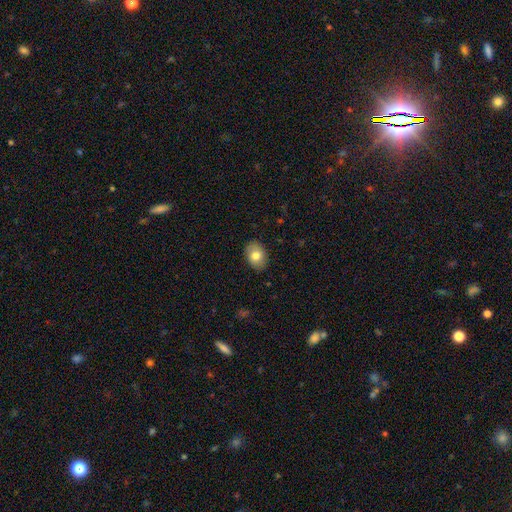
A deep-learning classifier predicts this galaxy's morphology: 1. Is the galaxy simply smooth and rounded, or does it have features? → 78% smooth, 14% featured or disk, 8% star or artifact.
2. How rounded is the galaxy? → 78% in between, 21% round, 1% cigar-shaped.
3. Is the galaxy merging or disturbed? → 88% none, 9% minor disturbance, 2% major disturbance, 1% merger.